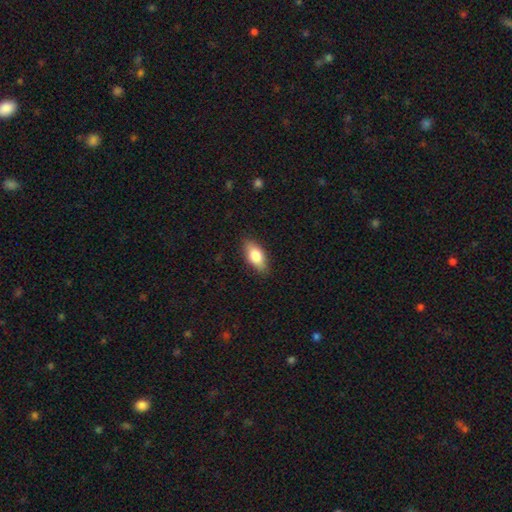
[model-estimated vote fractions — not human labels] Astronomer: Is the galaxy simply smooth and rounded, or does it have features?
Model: smooth — 78%.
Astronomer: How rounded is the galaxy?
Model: in between — 86%.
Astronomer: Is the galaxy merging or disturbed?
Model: none — 86%.